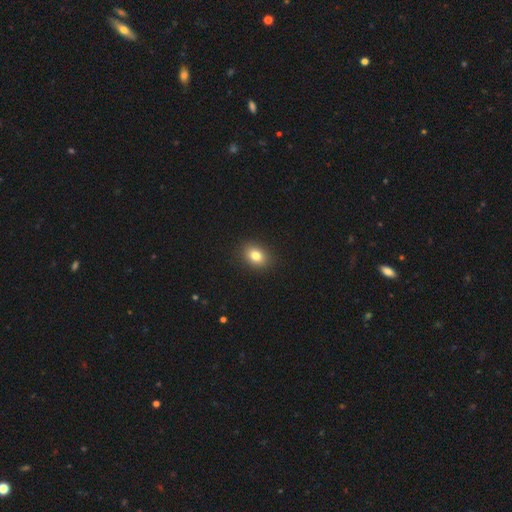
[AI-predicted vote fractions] A smooth galaxy with no disk features (81%) that is in between round and cigar-shaped (70%). Merging: none (90%).